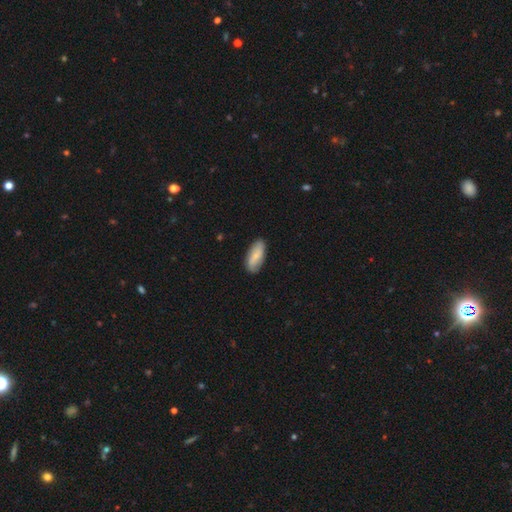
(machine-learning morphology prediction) Smooth or featured? smooth (67%)
How rounded? in between (86%)
Merging? none (82%)